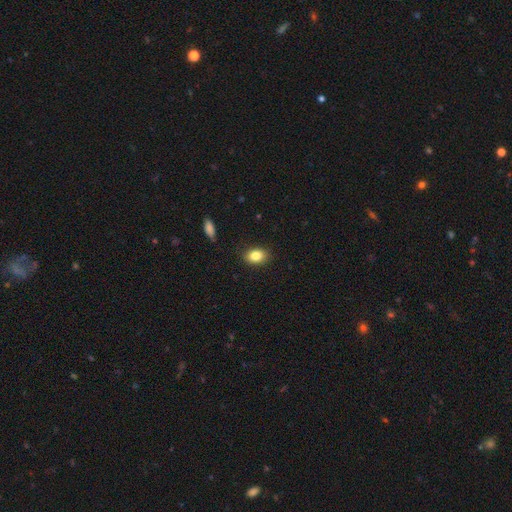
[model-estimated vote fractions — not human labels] smooth-or-featured: smooth: 84% | star or artifact: 9% | featured or disk: 7%
  how-rounded: in between: 77% | round: 22% | cigar-shaped: 1%
  merging: none: 86% | minor disturbance: 10% | major disturbance: 2% | merger: 1%